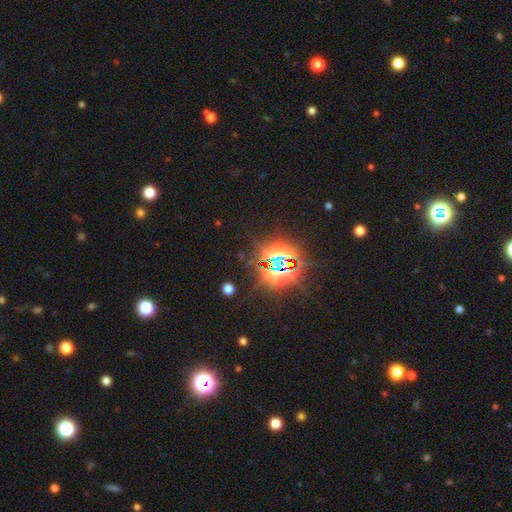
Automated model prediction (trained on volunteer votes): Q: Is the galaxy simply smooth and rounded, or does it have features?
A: star or artifact — 84%.